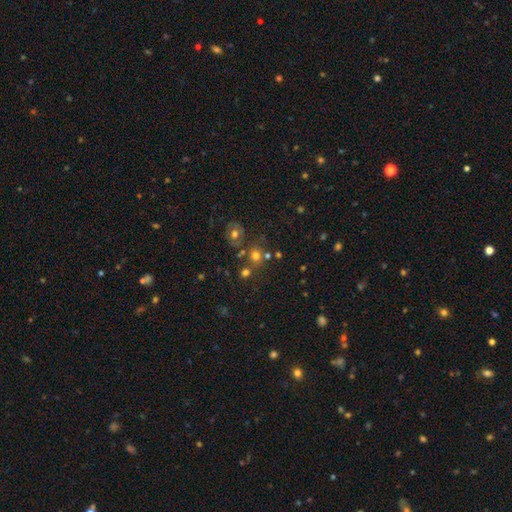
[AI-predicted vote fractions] This appears to be a smooth galaxy with no disk features (68%) that is round (80%). Merging: none (64%).